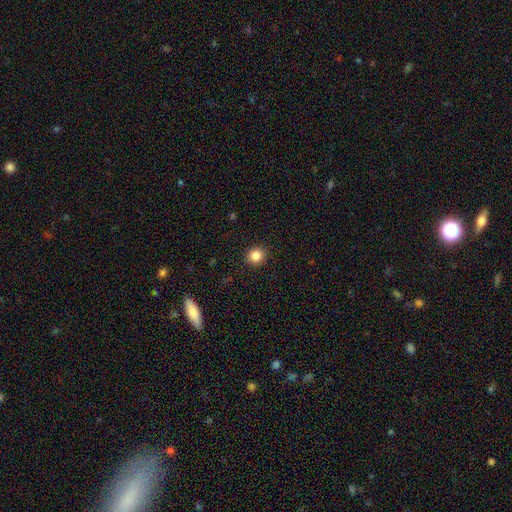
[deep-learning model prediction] smooth 85%, star or artifact 11%, featured or disk 4%. Down the decision tree: how rounded — round (85%); merging — none (91%).